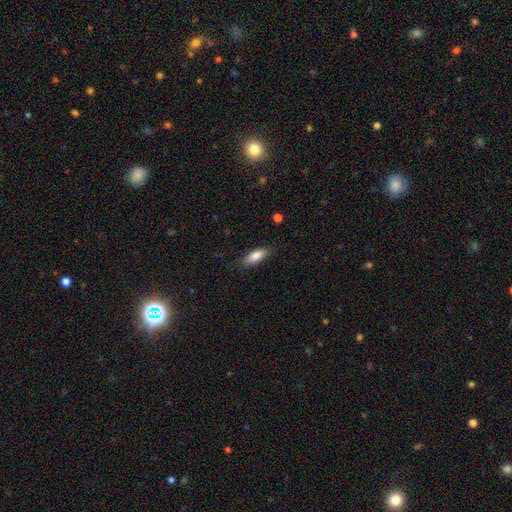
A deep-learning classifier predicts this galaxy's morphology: A smooth galaxy with no disk features (83%) that is in between round and cigar-shaped (65%).

Vote fractions:
- Smooth or featured? smooth: 83% / featured or disk: 11% / star or artifact: 6%
- How rounded? in between: 65% / cigar-shaped: 34% / round: 2%
- Merging? none: 83% / minor disturbance: 13% / major disturbance: 3% / merger: 1%